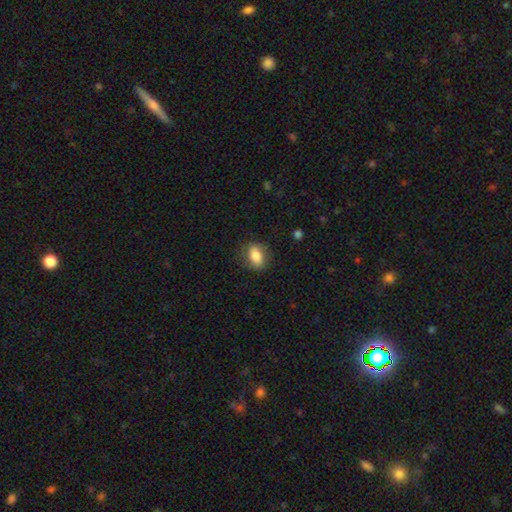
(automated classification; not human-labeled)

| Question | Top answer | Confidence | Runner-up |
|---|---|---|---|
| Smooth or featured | smooth | 80% | featured or disk (12%) |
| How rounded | in between | 81% | round (16%) |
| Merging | none | 76% | minor disturbance (17%) |